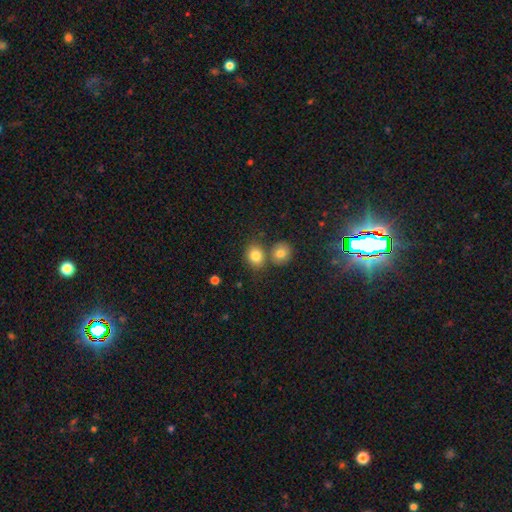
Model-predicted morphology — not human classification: This appears to be a smooth galaxy with no disk features (82%) that is round (61%). Merging: none (60%).